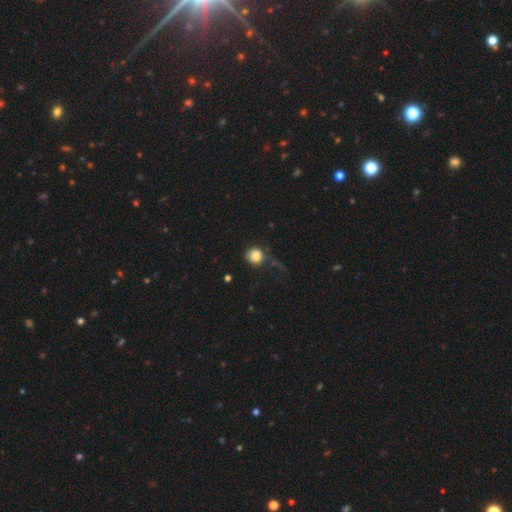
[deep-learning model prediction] This appears to be a smooth galaxy with no disk features (84%) that is round (91%). Merging: none (66%).